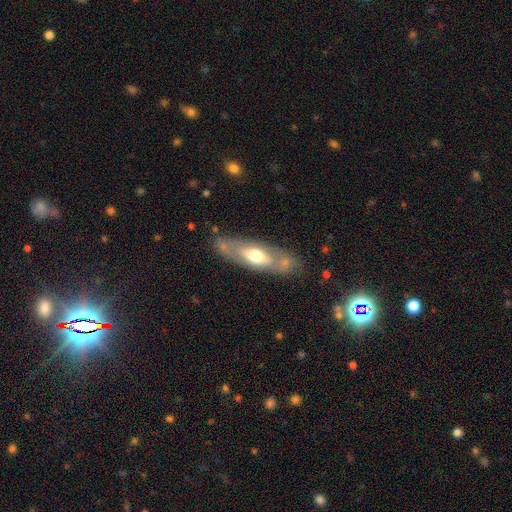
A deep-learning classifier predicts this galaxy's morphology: This appears to be a featured or disk galaxy (47%, tied with smooth). Merging: none (73%).